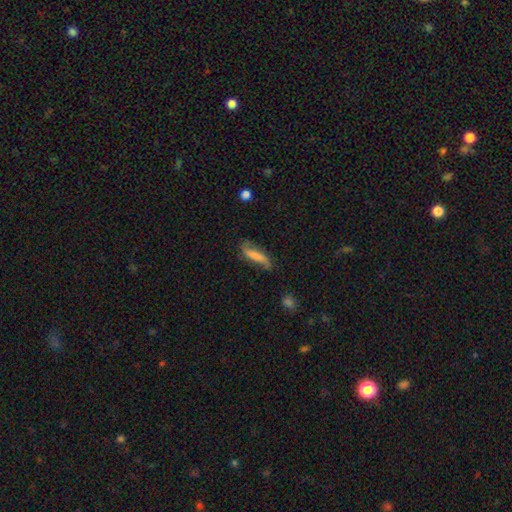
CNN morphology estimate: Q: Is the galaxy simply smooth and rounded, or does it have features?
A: smooth — 54%.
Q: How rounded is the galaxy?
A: cigar-shaped — 66%.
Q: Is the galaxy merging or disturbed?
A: none — 55%.